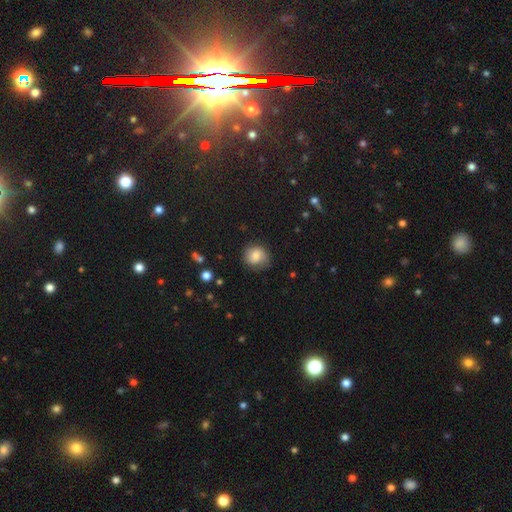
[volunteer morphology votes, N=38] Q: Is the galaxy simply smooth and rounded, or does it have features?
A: smooth — 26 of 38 (68%).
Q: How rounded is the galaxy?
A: round — 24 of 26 (92%).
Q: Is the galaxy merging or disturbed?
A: none — 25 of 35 (71%).